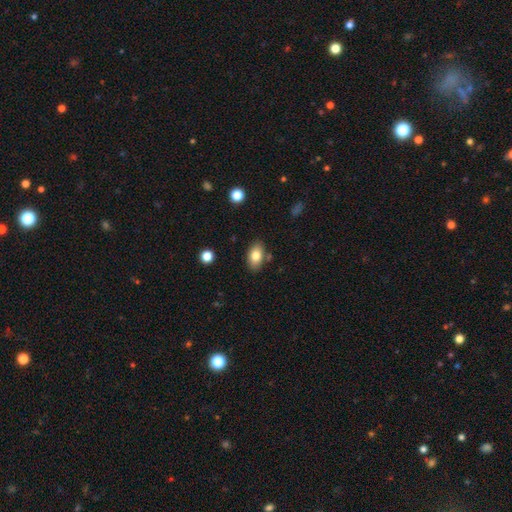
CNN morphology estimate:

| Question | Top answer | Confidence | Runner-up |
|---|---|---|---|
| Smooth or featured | smooth | 80% | featured or disk (12%) |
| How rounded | in between | 90% | round (8%) |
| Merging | none | 81% | minor disturbance (12%) |